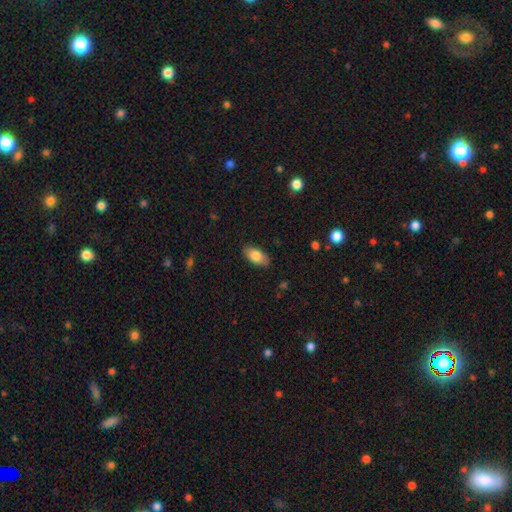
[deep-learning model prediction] This is clearly a smooth galaxy (83%). How rounded: clearly in between (93%). Merging: clearly none (86%).